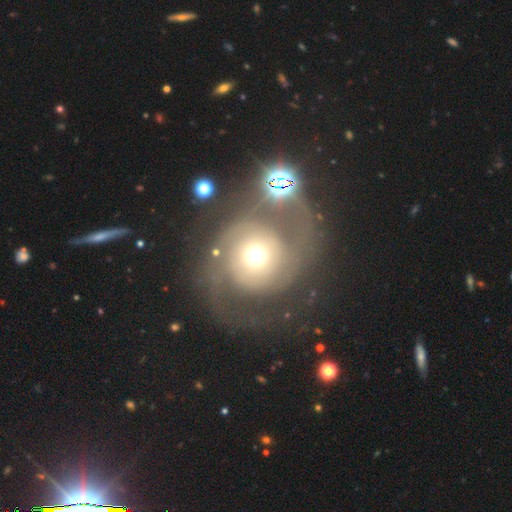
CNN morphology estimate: Smooth or featured? Predicted: featured or disk (p=0.67). Edge-on disk? Predicted: no (p=0.97). Bar? Predicted: no (p=0.79). Spiral arms? Predicted: yes (p=0.80). Spiral winding? Predicted: medium (p=0.40). Spiral arm count? Predicted: 2 (p=0.73). Bulge size? Predicted: moderate (p=0.59). Merging? Predicted: none (p=0.48).